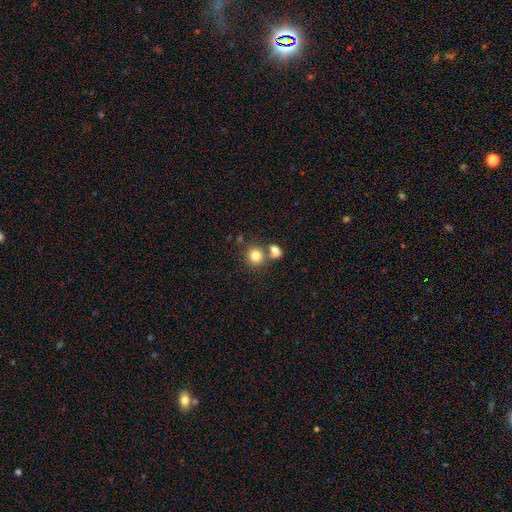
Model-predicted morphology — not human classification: This appears to be a smooth galaxy with no disk features (80%) that is round (85%). Merging: none (57%).